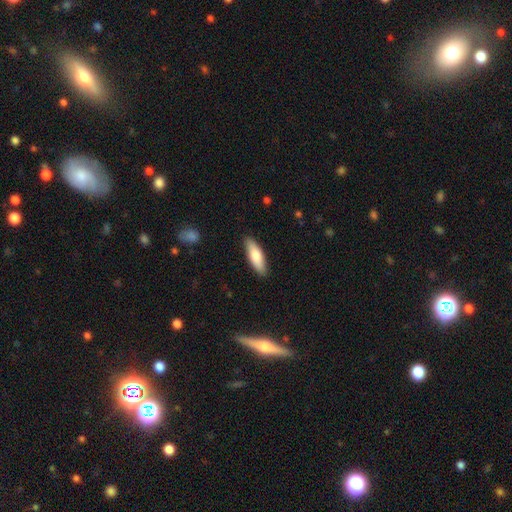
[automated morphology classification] Smooth or featured? Predicted: smooth (p=0.79). How rounded? Predicted: in between (p=0.57). Merging? Predicted: none (p=0.88).